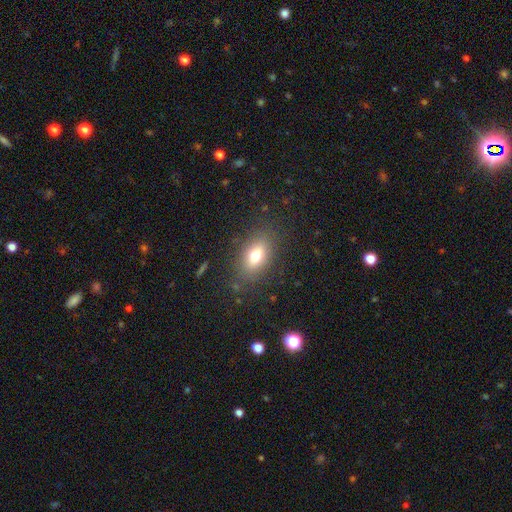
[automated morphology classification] Smooth or featured?
  - smooth: 74% *
  - featured or disk: 16%
  - star or artifact: 11%
How rounded?
  - in between: 83% *
  - round: 11%
  - cigar-shaped: 5%
Merging?
  - none: 83% *
  - minor disturbance: 11%
  - major disturbance: 4%
  - merger: 1%